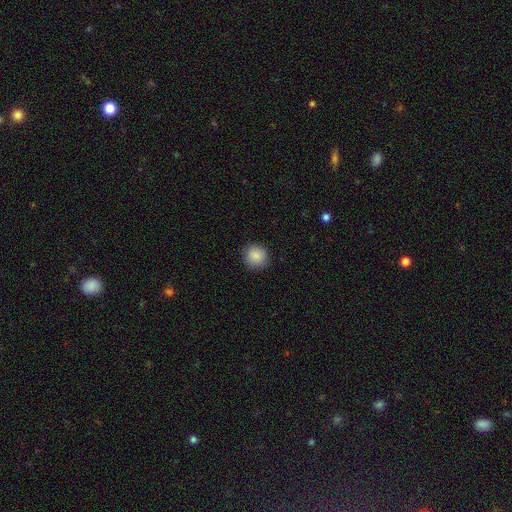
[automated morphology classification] Smooth or featured? Predicted: smooth (p=0.89). How rounded? Predicted: round (p=0.90). Merging? Predicted: none (p=0.88).